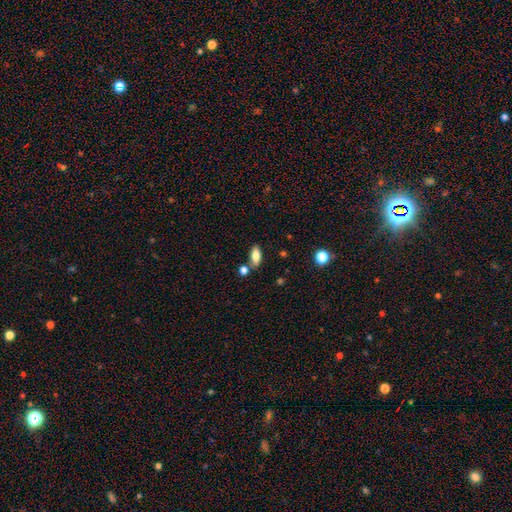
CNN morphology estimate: A smooth galaxy with no disk features (78%) that is in between round and cigar-shaped (82%).

Vote fractions:
- Smooth or featured? smooth: 78% / featured or disk: 14% / star or artifact: 8%
- How rounded? in between: 82% / cigar-shaped: 15% / round: 3%
- Merging? none: 73% / merger: 12% / minor disturbance: 12% / major disturbance: 3%